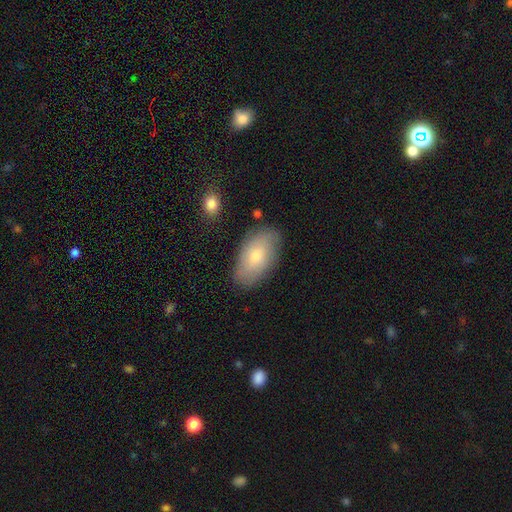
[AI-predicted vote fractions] Smooth or featured? Predicted: smooth (p=0.66). How rounded? Predicted: in between (p=0.94). Merging? Predicted: none (p=0.81).